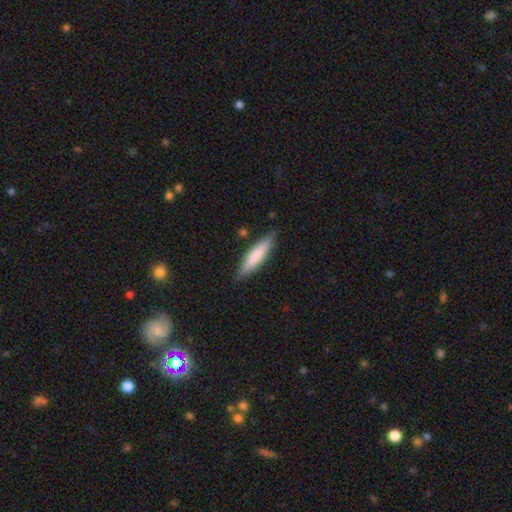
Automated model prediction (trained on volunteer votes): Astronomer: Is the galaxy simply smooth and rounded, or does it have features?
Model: smooth — 70%.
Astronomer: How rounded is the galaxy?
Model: cigar-shaped — 79%.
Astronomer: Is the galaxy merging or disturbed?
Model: none — 85%.